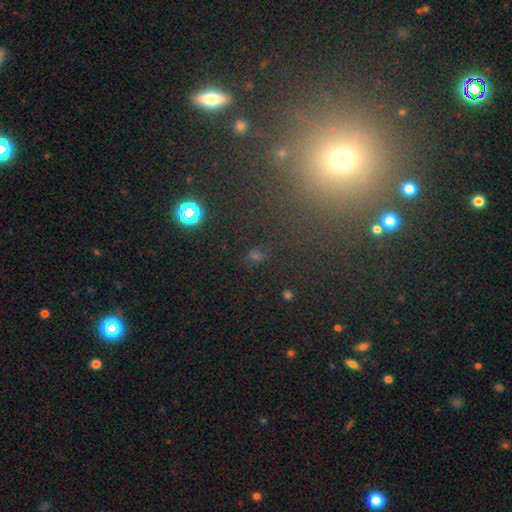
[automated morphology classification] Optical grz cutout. It shows a smooth galaxy with no disk features (45%). Merging: none (77%).